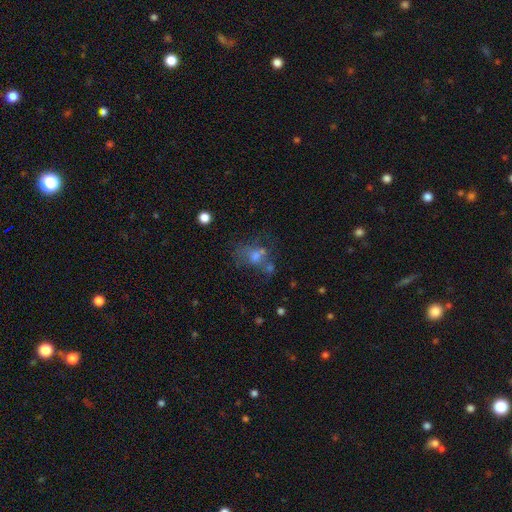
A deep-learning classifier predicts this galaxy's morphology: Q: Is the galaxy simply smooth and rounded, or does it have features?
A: smooth — 44%.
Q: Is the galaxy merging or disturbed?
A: none — 36%.